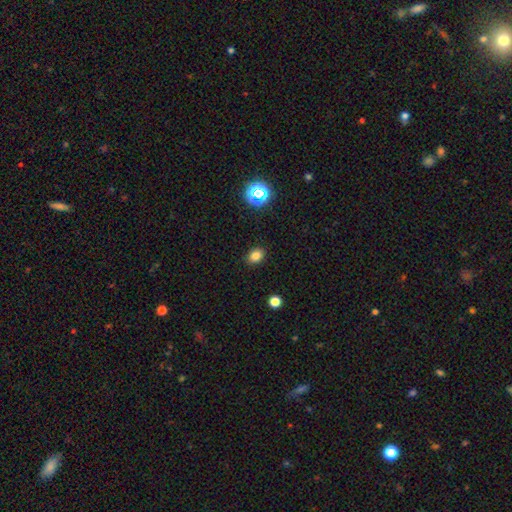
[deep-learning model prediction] Smooth or featured? smooth (80%)
How rounded? in between (63%)
Merging? none (88%)